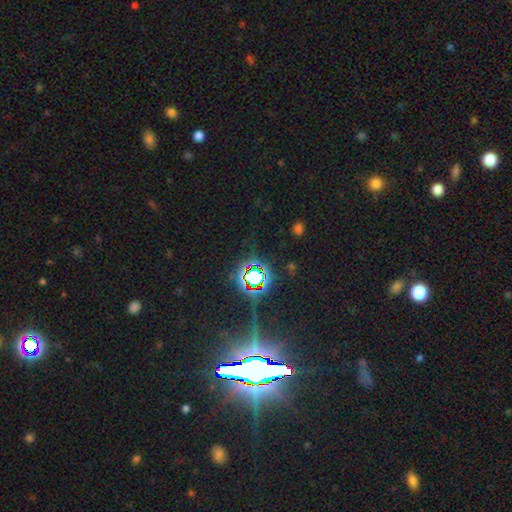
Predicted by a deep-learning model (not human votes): A star or artifact, not a galaxy (82%).

Vote fractions:
- Smooth or featured? star or artifact: 82% / smooth: 10% / featured or disk: 8%